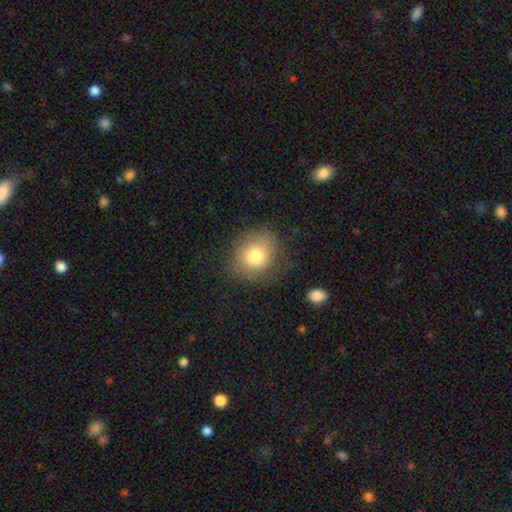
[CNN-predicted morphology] This appears to be a smooth galaxy with no disk features (78%) that is round (79%). Merging: none (77%).